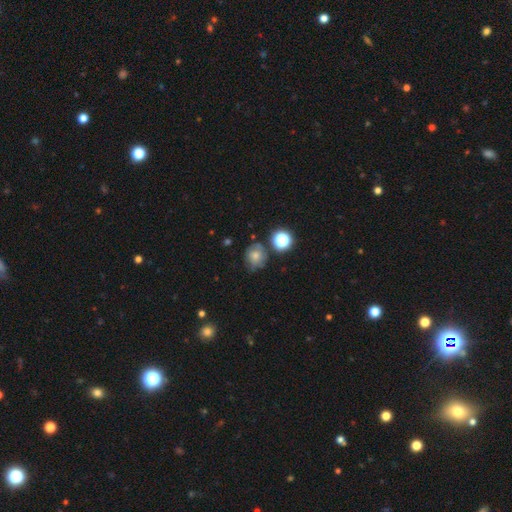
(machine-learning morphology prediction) smooth 60%, featured or disk 24%, star or artifact 17%. Down the decision tree: how rounded — round (76%); merging — none (64%).